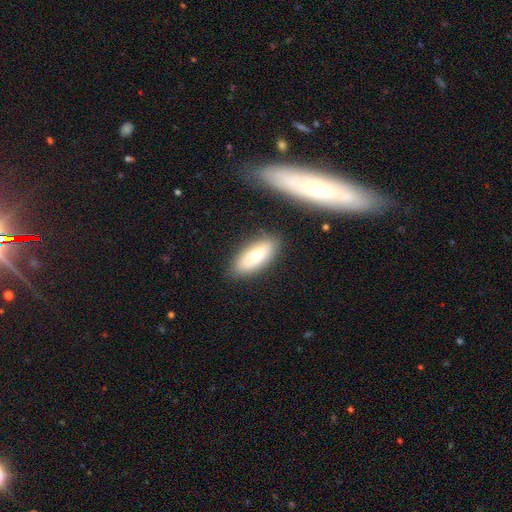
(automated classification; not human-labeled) smooth_or_featured: smooth (p=0.72) [alt: featured or disk p=0.21]
how_rounded: in between (p=0.85) [alt: cigar-shaped p=0.13]
merging: none (p=0.81) [alt: minor disturbance p=0.12]